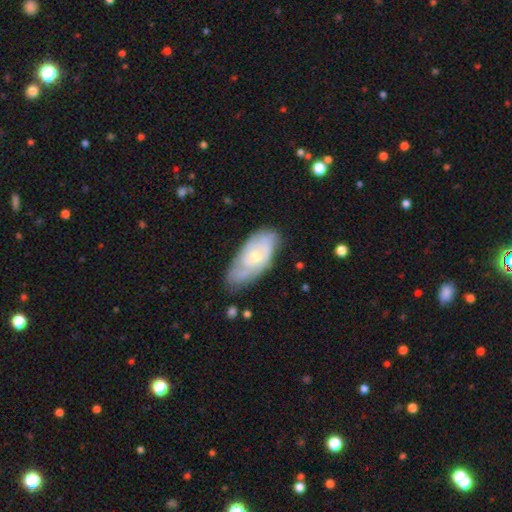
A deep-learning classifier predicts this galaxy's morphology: smooth_or_featured: featured or disk (p=0.73) [alt: smooth p=0.22]
disk_edge_on: no (p=0.93) [alt: yes p=0.07]
bar: no (p=0.77) [alt: weak p=0.20]
has_spiral_arms: yes (p=0.88) [alt: no p=0.12]
spiral_winding: tight (p=0.61) [alt: medium p=0.31]
spiral_arm_count: can't tell (p=0.42) [alt: 2 p=0.27]
bulge_size: moderate (p=0.52) [alt: small p=0.44]
merging: none (p=0.67) [alt: minor disturbance p=0.25]